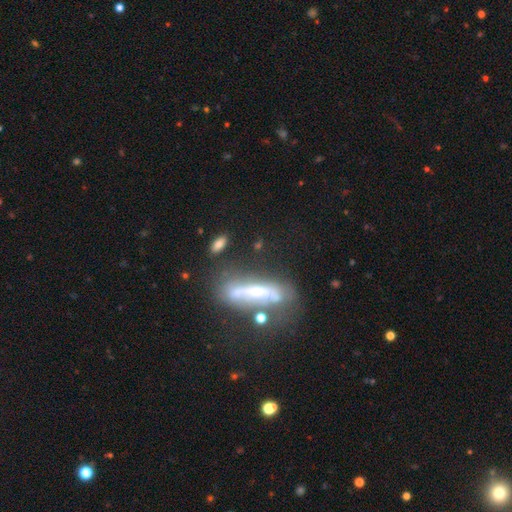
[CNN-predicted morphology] smooth-or-featured: featured or disk: 56% | smooth: 32% | star or artifact: 12%
  disk-edge-on: yes: 57% | no: 43%
  merging: none: 53% | minor disturbance: 20% | major disturbance: 14% | merger: 13%